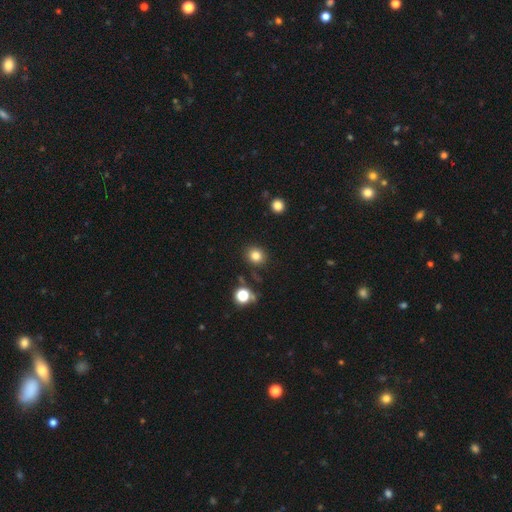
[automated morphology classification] A smooth galaxy with no disk features (81%) that is round (81%). Merging: none (86%).